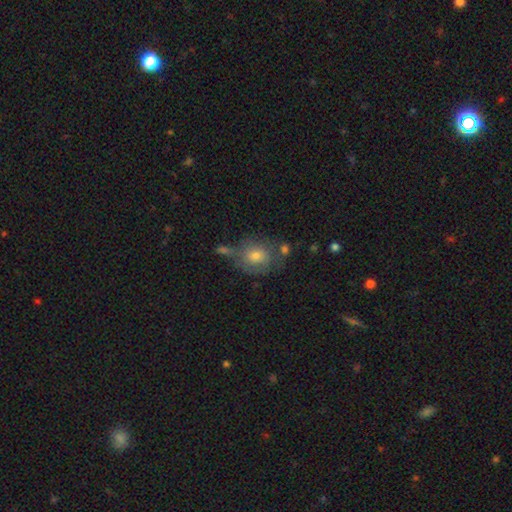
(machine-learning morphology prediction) This appears to be a smooth galaxy with no disk features (61%) that is round (68%). Merging: none (53%).